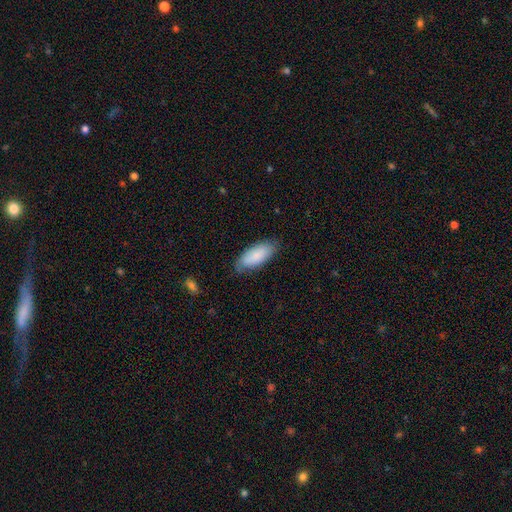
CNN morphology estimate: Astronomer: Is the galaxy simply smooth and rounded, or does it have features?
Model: smooth — 85%.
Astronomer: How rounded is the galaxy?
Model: in between — 82%.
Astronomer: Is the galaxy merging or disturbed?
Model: none — 77%.